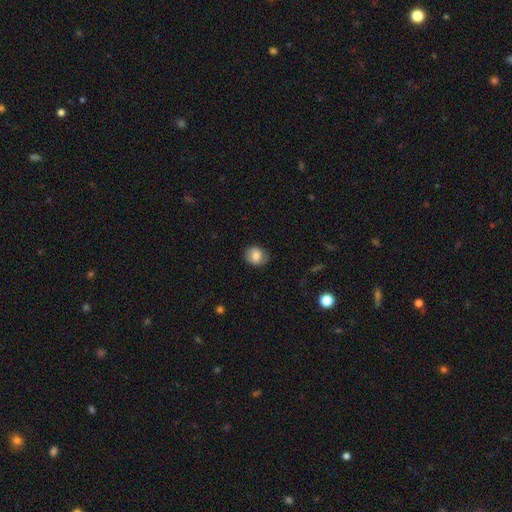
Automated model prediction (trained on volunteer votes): Overall: smooth (79%). How rounded: round (68%; in between 31%). Merging: none (77%).